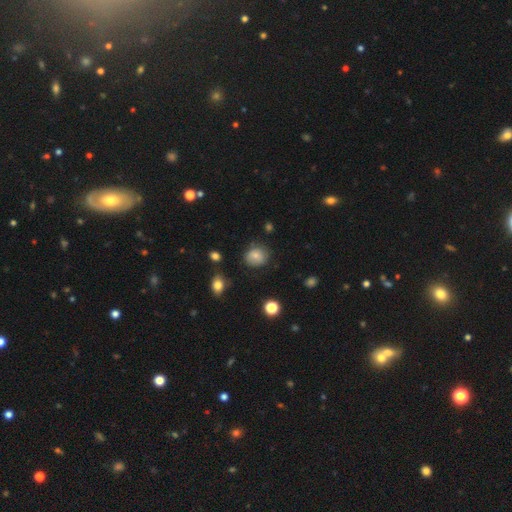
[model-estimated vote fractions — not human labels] Smooth or featured? Predicted: smooth (p=0.75). How rounded? Predicted: round (p=0.70). Merging? Predicted: none (p=0.75).